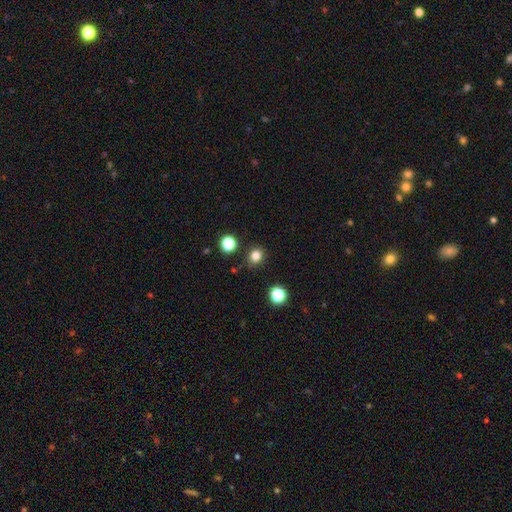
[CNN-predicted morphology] This is clearly a smooth galaxy (81%). How rounded: likely round (76%). Merging: clearly none (86%).